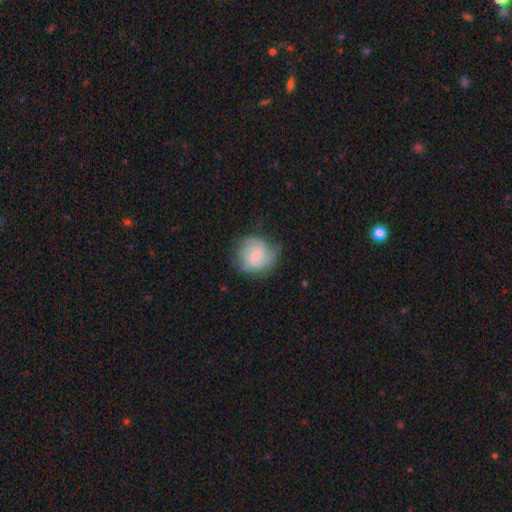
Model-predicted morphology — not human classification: A featured or disk galaxy (48%).

Vote fractions:
- Smooth or featured? featured or disk: 48% / smooth: 45% / star or artifact: 7%
- Merging? none: 63% / minor disturbance: 25% / major disturbance: 10% / merger: 2%